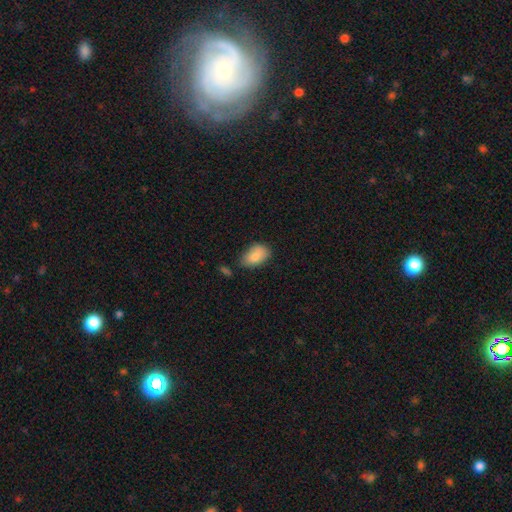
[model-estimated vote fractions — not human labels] Smooth or featured?
  - smooth: 85% *
  - featured or disk: 8%
  - star or artifact: 7%
How rounded?
  - in between: 91% *
  - round: 7%
  - cigar-shaped: 2%
Merging?
  - none: 66% *
  - minor disturbance: 24%
  - major disturbance: 5%
  - merger: 5%